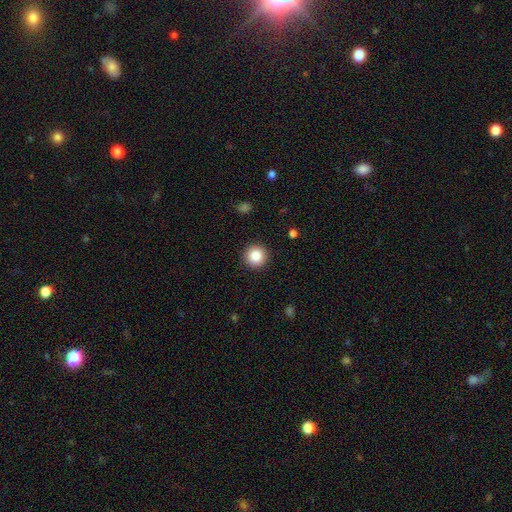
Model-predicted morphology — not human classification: smooth 86%, star or artifact 9%, featured or disk 4%. Down the decision tree: how rounded — round (95%); merging — none (92%).